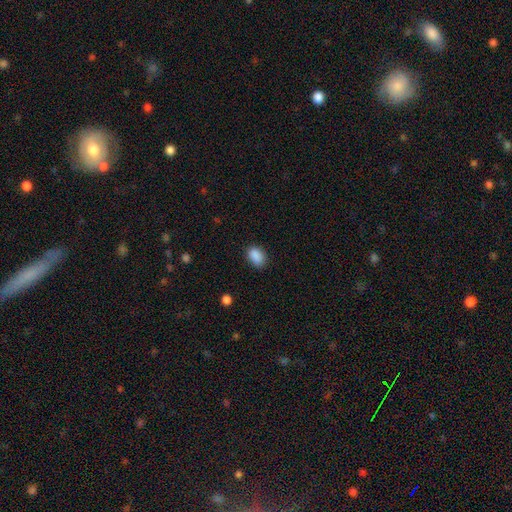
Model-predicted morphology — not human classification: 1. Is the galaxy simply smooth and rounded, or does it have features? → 89% smooth, 8% star or artifact, 3% featured or disk.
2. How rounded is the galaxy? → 85% in between, 14% round, 1% cigar-shaped.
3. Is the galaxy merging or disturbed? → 82% none, 14% minor disturbance, 3% major disturbance, 1% merger.